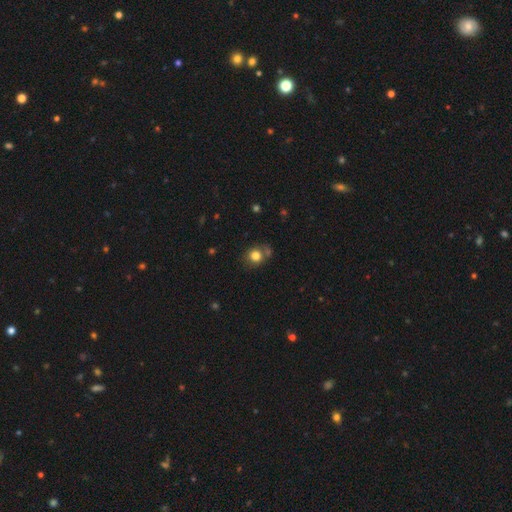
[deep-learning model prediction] This appears to be a smooth galaxy with no disk features (80%) that is round (80%). Merging: none (65%).